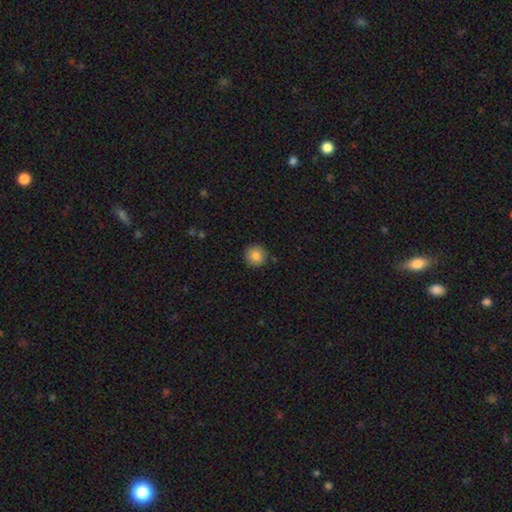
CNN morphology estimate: smooth 85%, star or artifact 9%, featured or disk 6%. Down the decision tree: how rounded — round (93%); merging — none (88%).